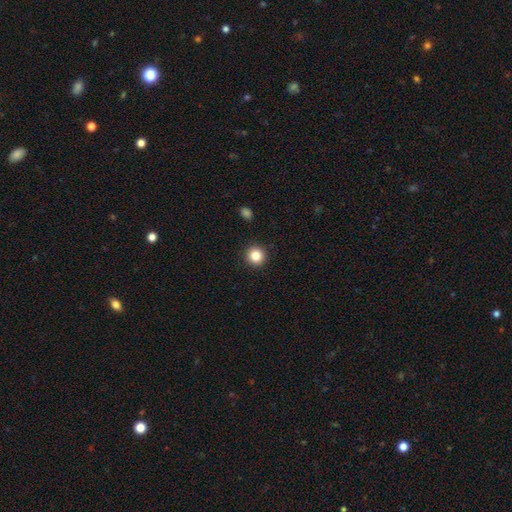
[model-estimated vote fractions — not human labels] smooth-or-featured: smooth: 84% | star or artifact: 11% | featured or disk: 5%
  how-rounded: round: 94% | in between: 5% | cigar-shaped: 1%
  merging: none: 93% | minor disturbance: 4% | major disturbance: 2% | merger: 1%